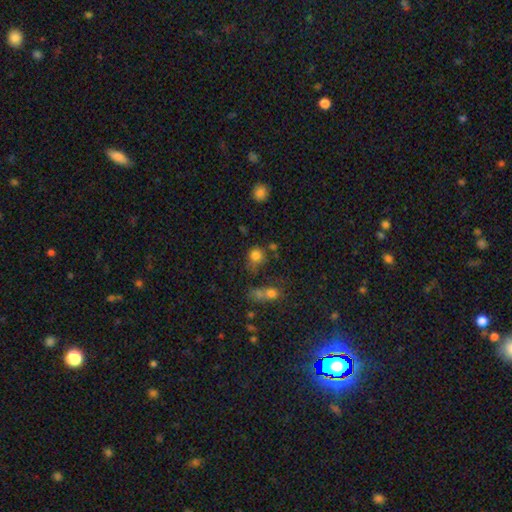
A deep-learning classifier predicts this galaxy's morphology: smooth-or-featured: smooth: 78% | star or artifact: 14% | featured or disk: 8%
  how-rounded: round: 76% | in between: 22% | cigar-shaped: 1%
  merging: none: 54% | minor disturbance: 19% | merger: 17% | major disturbance: 10%